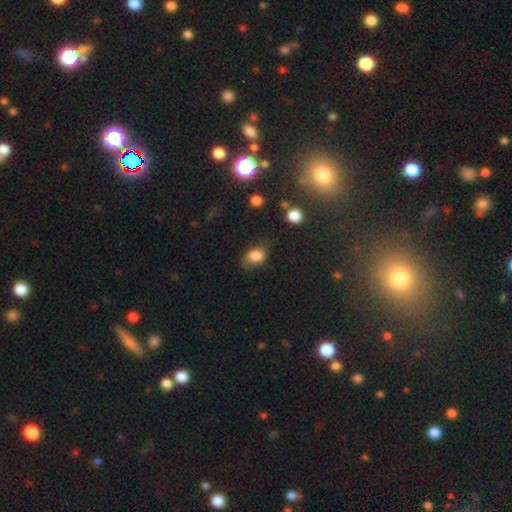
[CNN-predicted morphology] Q: Smooth or featured?
A: smooth (78%); runner-up: featured or disk (12%)
Q: How rounded?
A: in between (73%); runner-up: round (26%)
Q: Merging?
A: none (57%); runner-up: minor disturbance (29%)